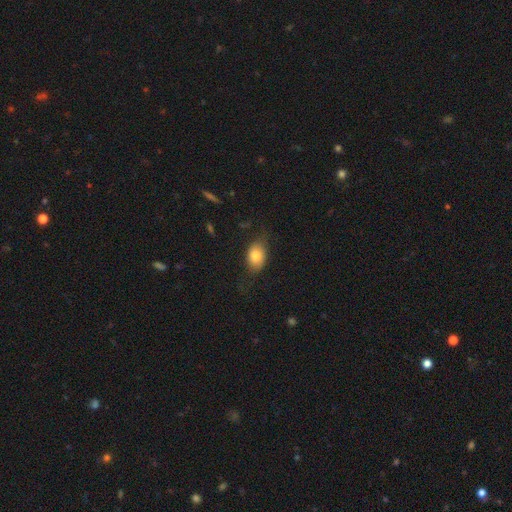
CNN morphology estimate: Smooth or featured? Predicted: smooth (p=0.78). How rounded? Predicted: in between (p=0.82). Merging? Predicted: none (p=0.68).